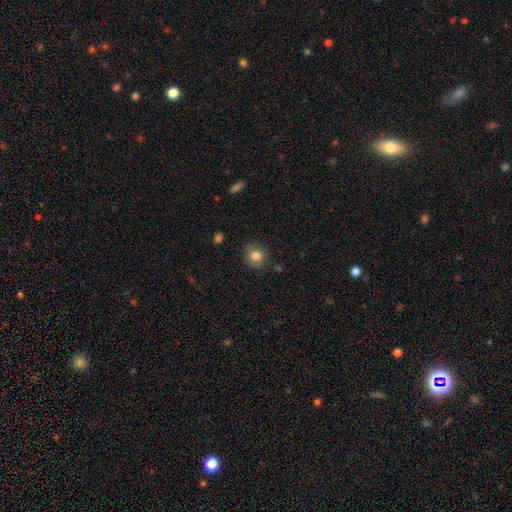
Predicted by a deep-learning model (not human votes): Smooth or featured? Predicted: smooth (p=0.78). How rounded? Predicted: round (p=0.81). Merging? Predicted: none (p=0.83).